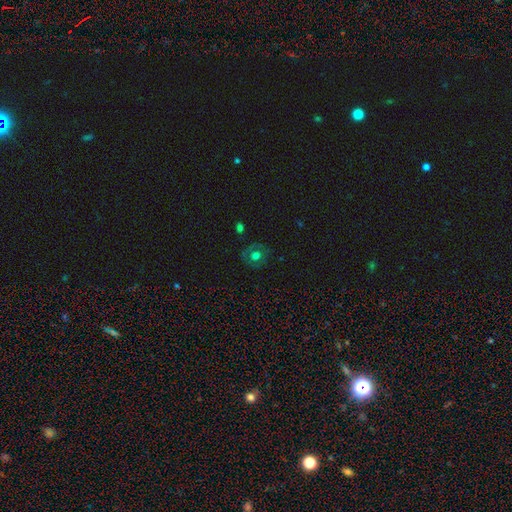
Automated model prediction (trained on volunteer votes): Smooth or featured? Predicted: smooth (p=0.50). How rounded? Predicted: round (p=0.80). Merging? Predicted: none (p=0.81).